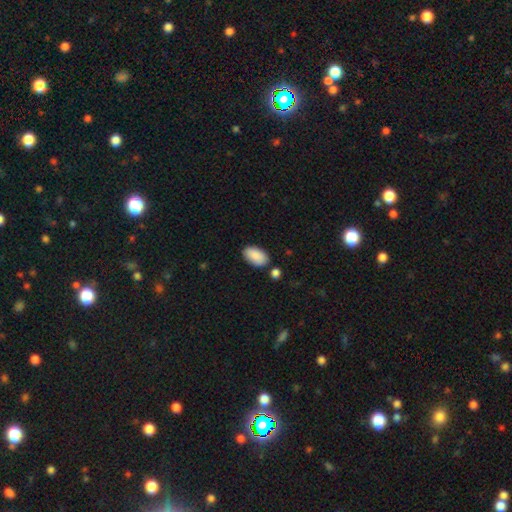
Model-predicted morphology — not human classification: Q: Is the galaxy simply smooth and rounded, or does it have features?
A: smooth — 90%.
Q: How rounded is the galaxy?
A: in between — 95%.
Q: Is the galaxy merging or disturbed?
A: none — 79%.